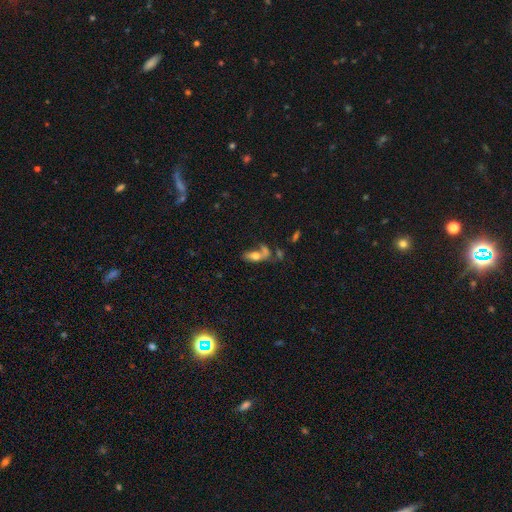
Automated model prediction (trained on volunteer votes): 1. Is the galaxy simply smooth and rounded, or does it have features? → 64% smooth, 25% featured or disk, 11% star or artifact.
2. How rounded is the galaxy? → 78% in between, 16% cigar-shaped, 5% round.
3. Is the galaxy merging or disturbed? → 38% merger, 35% none, 14% minor disturbance, 12% major disturbance.